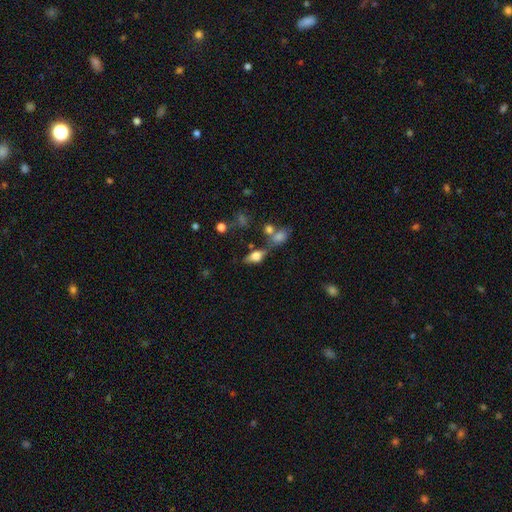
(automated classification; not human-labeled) Smooth or featured: smooth — 58% (featured or disk — 30%)
How rounded: in between — 73% (round — 15%)
Merging: none — 51% (minor disturbance — 20%)